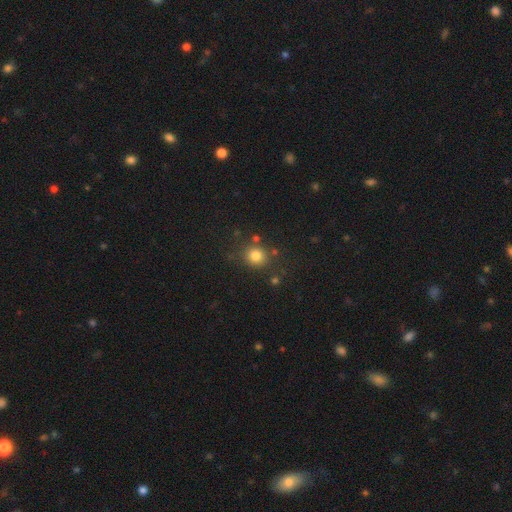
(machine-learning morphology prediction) A smooth galaxy with no disk features (80%) that is round (86%). Merging: none (80%).